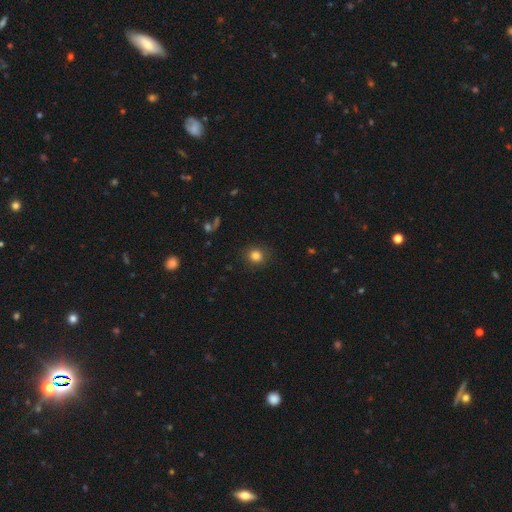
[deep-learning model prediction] The model was most divided on "smooth or featured": smooth: 83%, star or artifact: 12%, featured or disk: 5%. More confident: merging — none (88%); how rounded — round (86%).